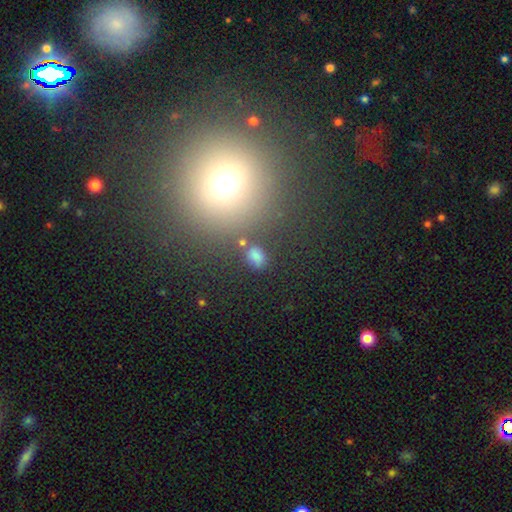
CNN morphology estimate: type=smooth (72%); roundness=in between (75%); merging=none (70%).